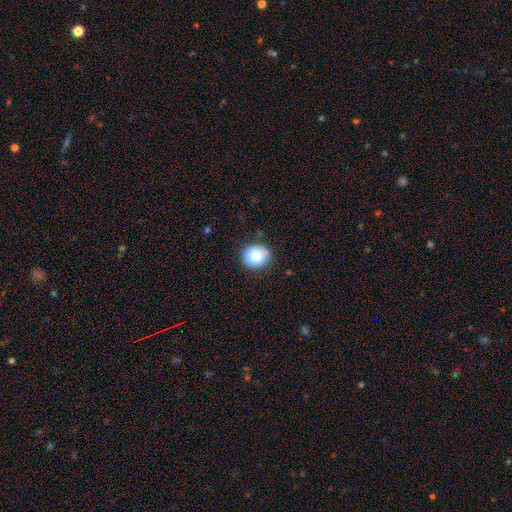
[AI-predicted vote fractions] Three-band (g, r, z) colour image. It shows a smooth galaxy with no disk features (83%) that is round (79%). Merging: none (79%).